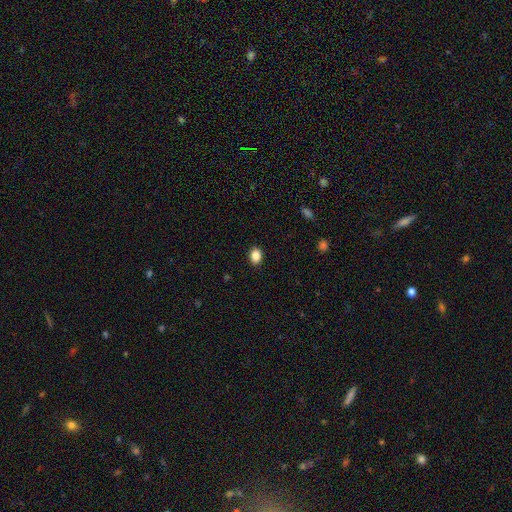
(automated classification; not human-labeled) Overall: smooth (87%). How rounded: in between (66%; round 33%). Merging: none (90%).